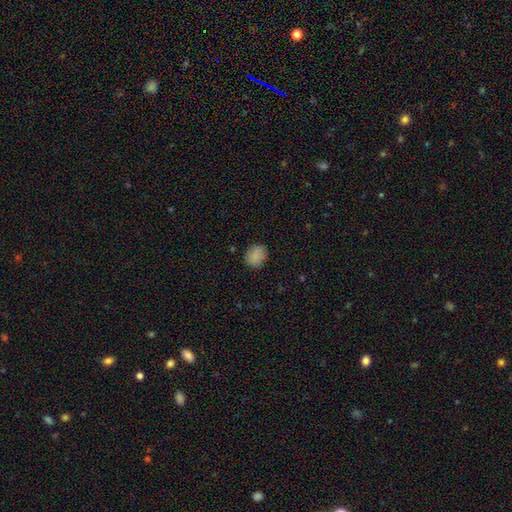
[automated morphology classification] Smooth or featured? smooth (87%)
How rounded? round (59%)
Merging? none (84%)